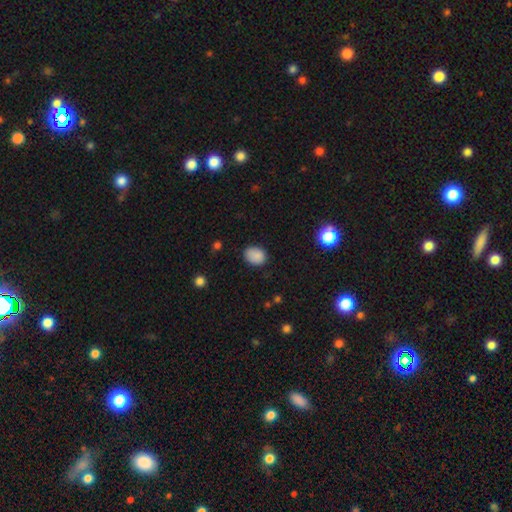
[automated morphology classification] Overall: smooth (86%). How rounded: in between (59%; round 40%). Merging: none (77%).